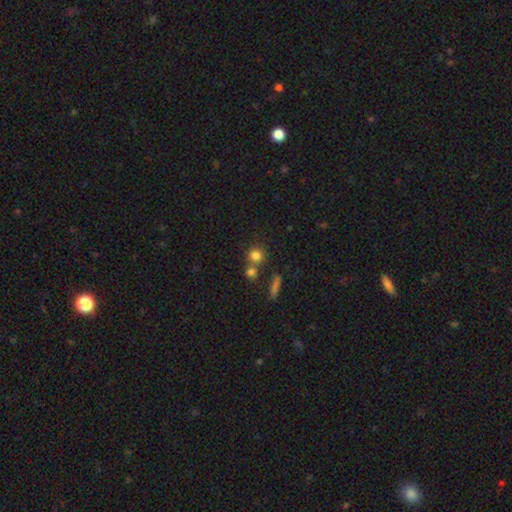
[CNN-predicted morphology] Overall: smooth (79%). How rounded: round (87%). Merging: none (58%; merger 30%).